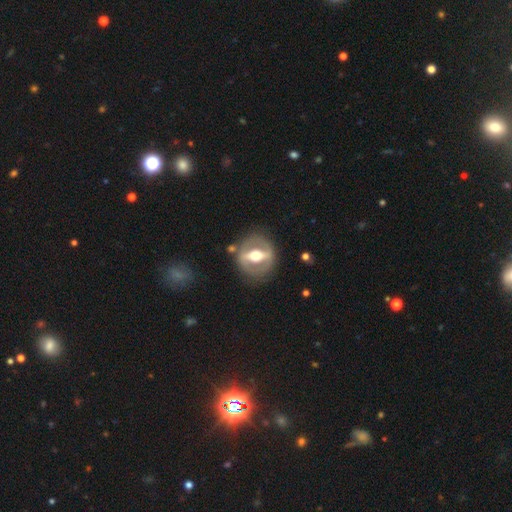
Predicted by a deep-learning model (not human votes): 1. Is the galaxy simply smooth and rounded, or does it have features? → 76% featured or disk, 18% smooth, 5% star or artifact.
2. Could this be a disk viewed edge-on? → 76% no, 24% yes.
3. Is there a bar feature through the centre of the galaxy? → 76% strong, 15% weak, 9% no.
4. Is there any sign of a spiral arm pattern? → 72% no, 28% yes.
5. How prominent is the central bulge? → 67% moderate, 24% large, 6% small, 2% dominant, 1% none.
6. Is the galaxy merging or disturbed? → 80% none, 11% minor disturbance, 6% major disturbance, 3% merger.